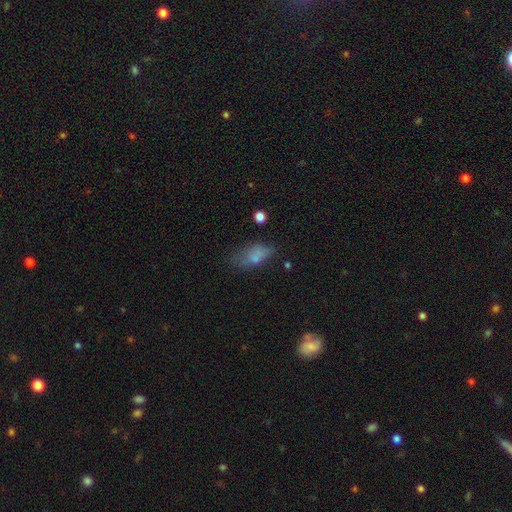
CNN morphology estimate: smooth 70%, featured or disk 17%, star or artifact 13%. Down the decision tree: how rounded — in between (85%); merging — none (42%).